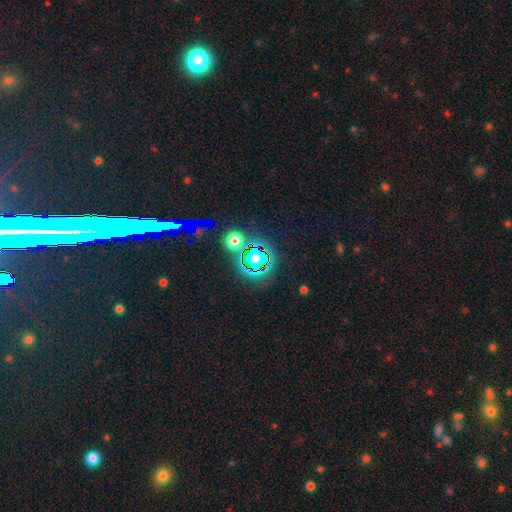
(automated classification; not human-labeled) A star or artifact, not a galaxy (81%).